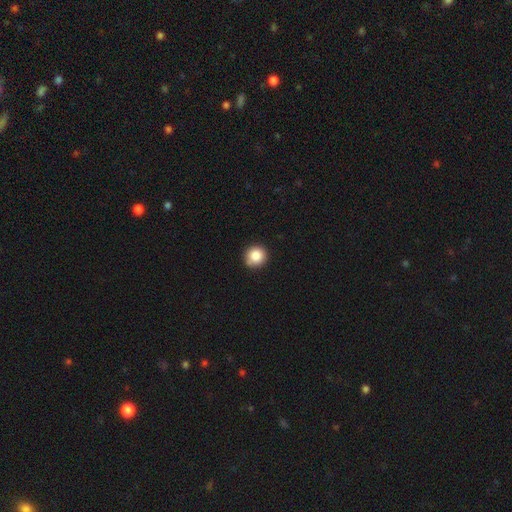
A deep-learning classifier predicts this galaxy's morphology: Smooth or featured? smooth (86%)
How rounded? round (93%)
Merging? none (86%)